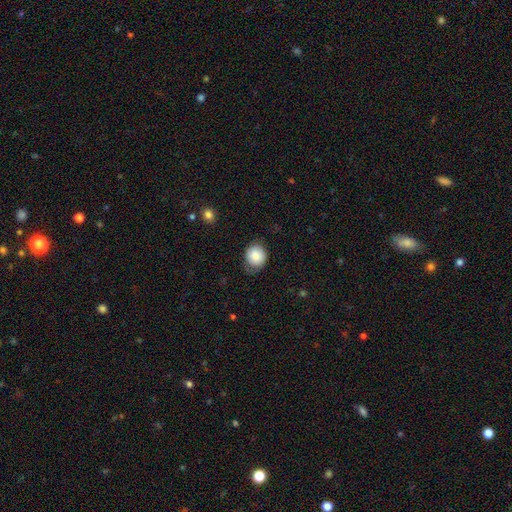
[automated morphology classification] Smooth or featured?
  - smooth: 85% *
  - star or artifact: 8%
  - featured or disk: 7%
How rounded?
  - round: 72% *
  - in between: 27%
  - cigar-shaped: 1%
Merging?
  - none: 64% *
  - minor disturbance: 27%
  - major disturbance: 8%
  - merger: 1%